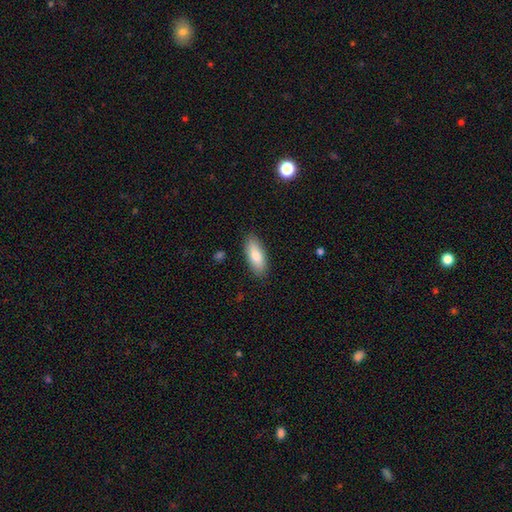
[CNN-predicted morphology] This is clearly a smooth galaxy (81%). How rounded: likely in between (77%). Merging: clearly none (87%).